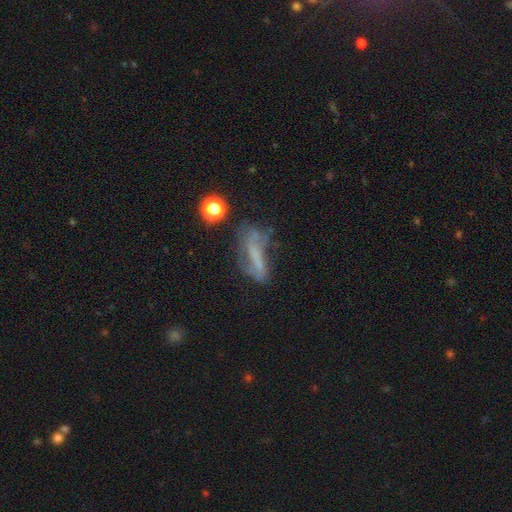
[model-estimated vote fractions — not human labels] Smooth or featured: featured or disk — 44% (smooth — 36%)
Merging: none — 41% (minor disturbance — 26%)